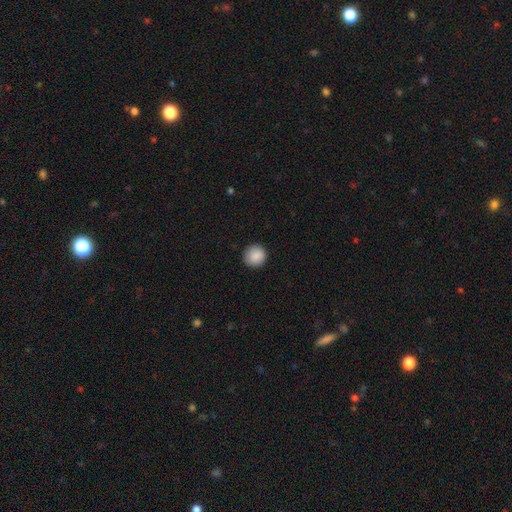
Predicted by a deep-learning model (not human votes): Overall: smooth (89%). How rounded: round (94%). Merging: none (91%).